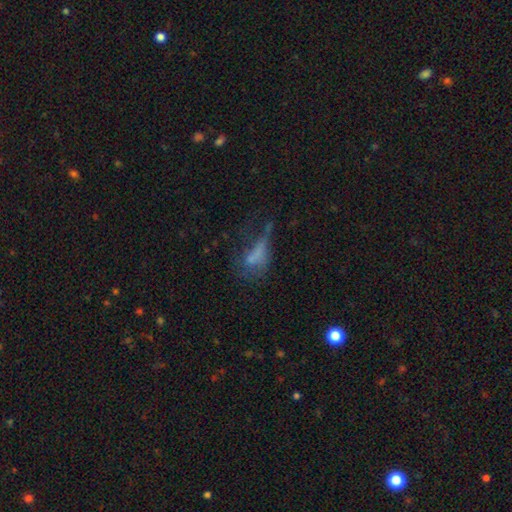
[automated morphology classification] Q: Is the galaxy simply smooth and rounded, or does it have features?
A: smooth — 51%.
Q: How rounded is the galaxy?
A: in between — 66%.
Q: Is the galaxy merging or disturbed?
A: major disturbance — 47%.